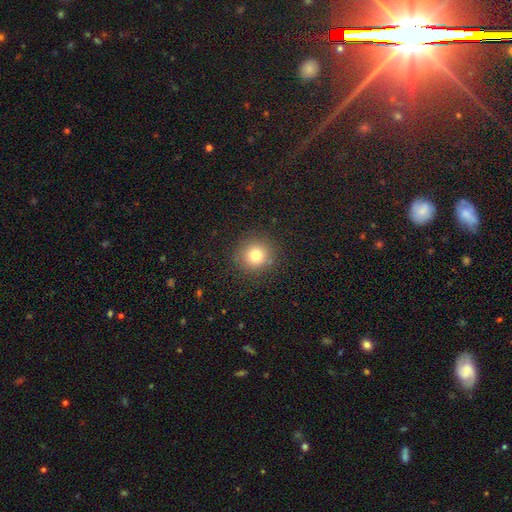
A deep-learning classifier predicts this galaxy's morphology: Smooth or featured? Predicted: smooth (p=0.77). How rounded? Predicted: round (p=0.93). Merging? Predicted: none (p=0.88).